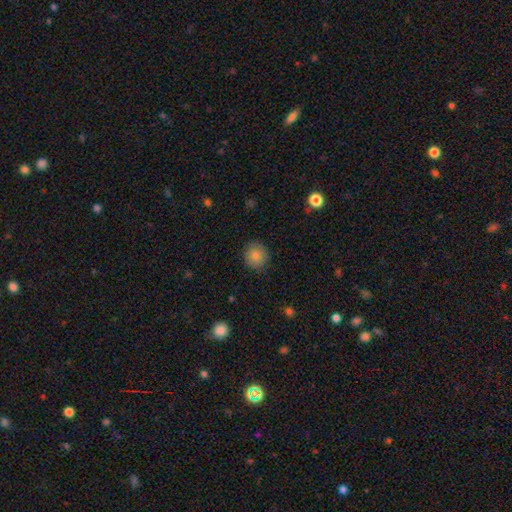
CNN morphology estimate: Smooth or featured: smooth — 85% (star or artifact — 9%)
How rounded: round — 89% (in between — 10%)
Merging: none — 87% (minor disturbance — 10%)